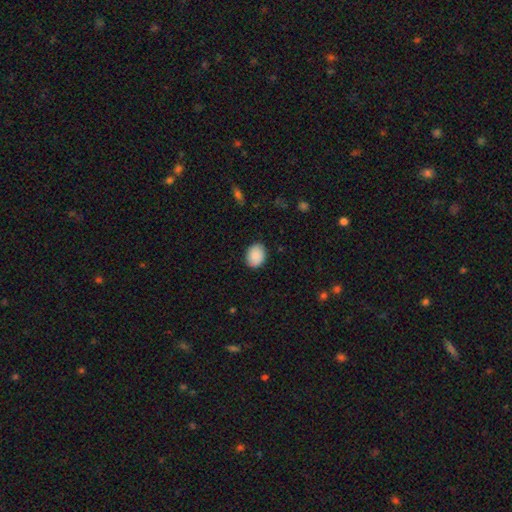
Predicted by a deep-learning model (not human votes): Morphology: type=smooth (89%); roundness=in between (54%); merging=none (86%).